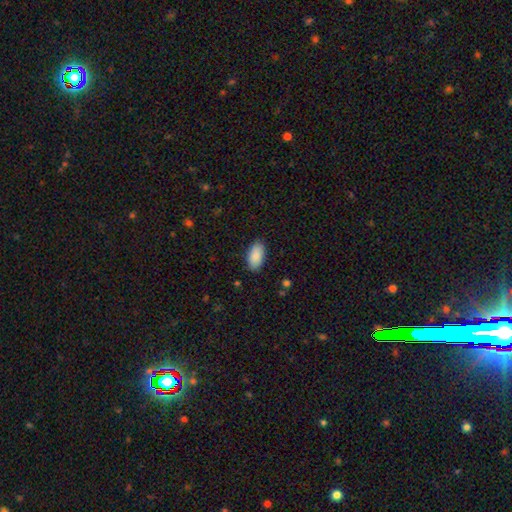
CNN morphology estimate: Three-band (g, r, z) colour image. It shows a smooth galaxy with no disk features (89%) that is in between round and cigar-shaped (94%). Merging: none (87%).